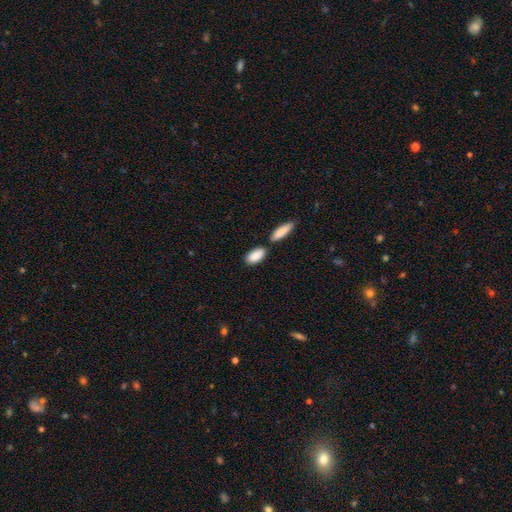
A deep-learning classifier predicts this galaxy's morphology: type=smooth (88%); roundness=in between (86%); merging=none (65%).